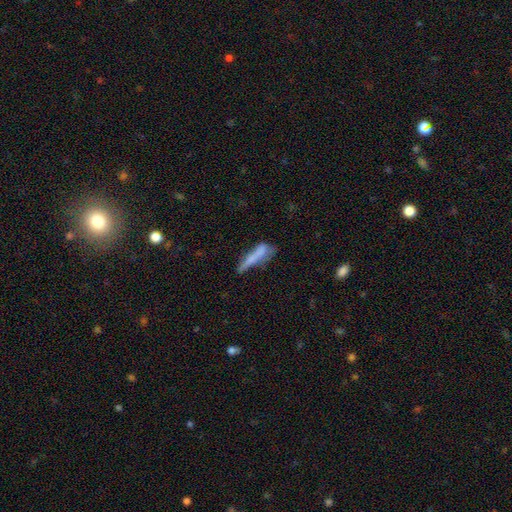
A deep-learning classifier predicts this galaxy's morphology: smooth-or-featured: smooth: 63% | featured or disk: 27% | star or artifact: 9%
  how-rounded: cigar-shaped: 82% | in between: 16% | round: 2%
  merging: none: 40% | minor disturbance: 30% | major disturbance: 21% | merger: 9%